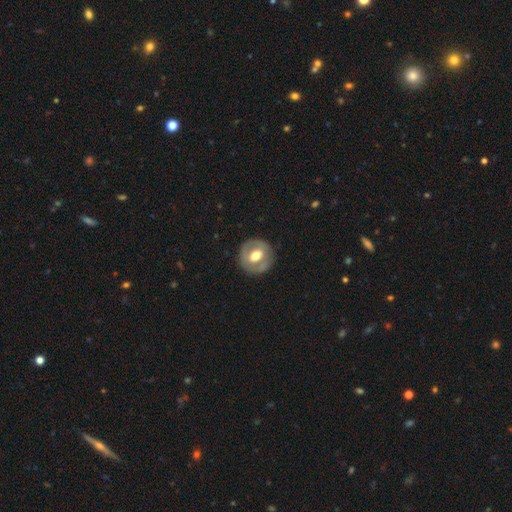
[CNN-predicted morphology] This appears to be a featured or disk galaxy (53%) with no bar (43%), no spiral arms (79%) and a moderate central bulge (67%). Merging: none (83%).